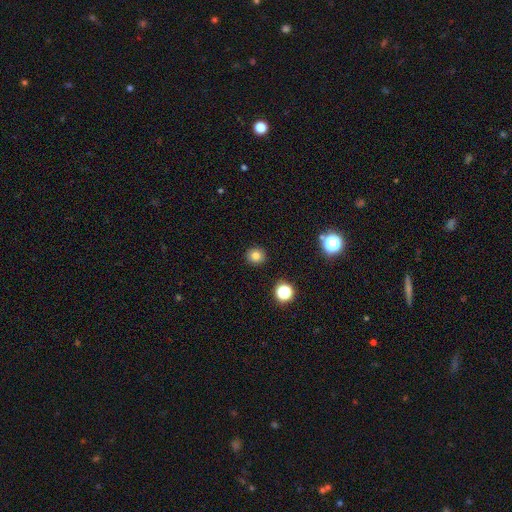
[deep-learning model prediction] Morphology: type=smooth (79%); roundness=round (91%); merging=none (92%).